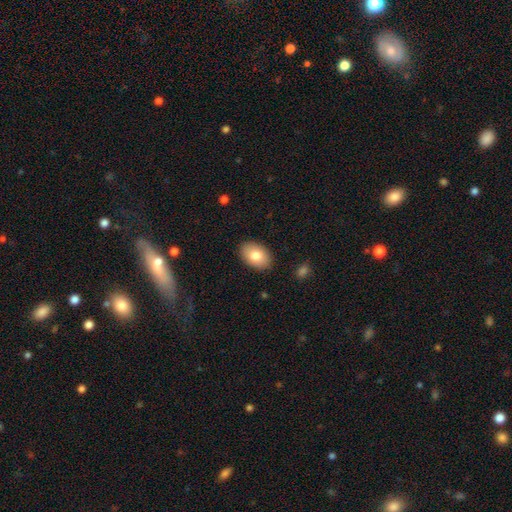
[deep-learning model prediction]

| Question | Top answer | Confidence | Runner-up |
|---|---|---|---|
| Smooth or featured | smooth | 81% | featured or disk (13%) |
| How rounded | in between | 88% | round (11%) |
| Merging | none | 88% | minor disturbance (9%) |